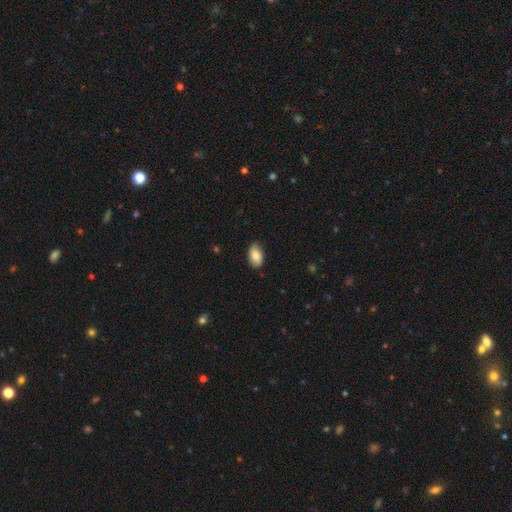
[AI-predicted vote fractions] smooth_or_featured: smooth (p=0.83) [alt: featured or disk p=0.11]
how_rounded: in between (p=0.94) [alt: round p=0.04]
merging: none (p=0.84) [alt: minor disturbance p=0.13]